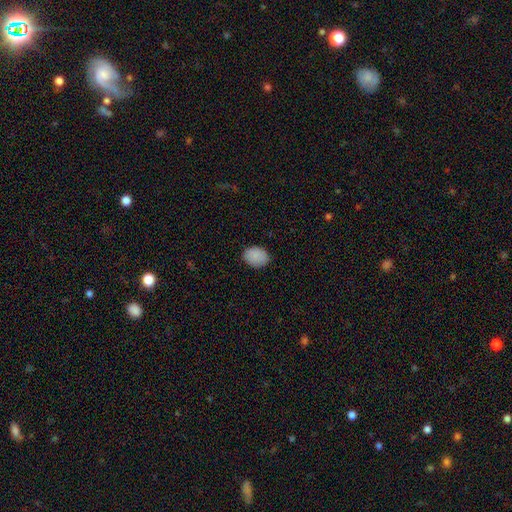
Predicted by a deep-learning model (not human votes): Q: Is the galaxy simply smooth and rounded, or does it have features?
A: smooth — 88%.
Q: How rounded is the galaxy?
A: in between — 63%.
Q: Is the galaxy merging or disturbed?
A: none — 86%.